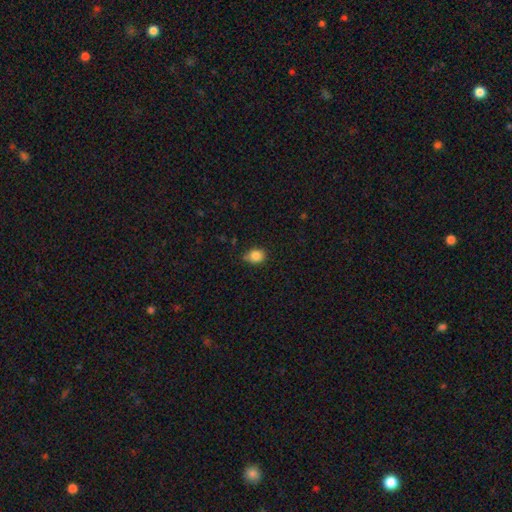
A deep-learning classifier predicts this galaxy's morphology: type=smooth (85%); roundness=round (62%); merging=none (71%).